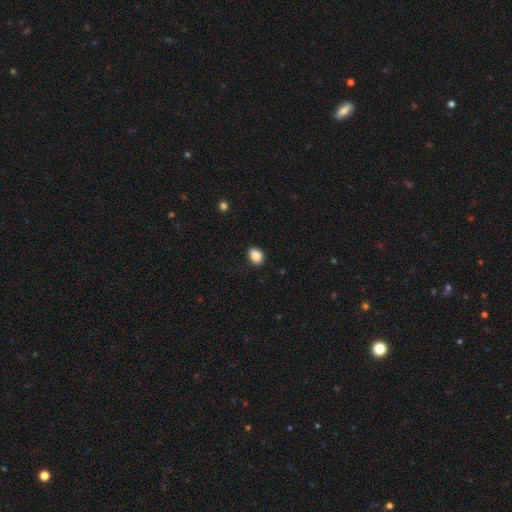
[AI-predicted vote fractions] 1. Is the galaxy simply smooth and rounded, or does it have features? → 87% smooth, 9% star or artifact, 4% featured or disk.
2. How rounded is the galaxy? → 64% in between, 35% round, 1% cigar-shaped.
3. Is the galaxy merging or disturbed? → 87% none, 10% minor disturbance, 2% major disturbance, 1% merger.